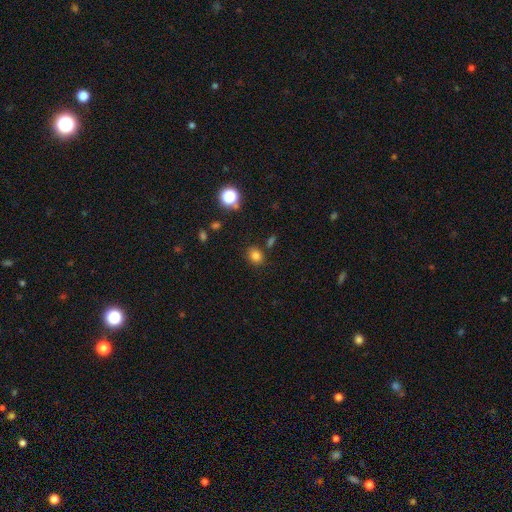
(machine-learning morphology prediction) Smooth or featured?
  - smooth: 80% *
  - star or artifact: 15%
  - featured or disk: 5%
How rounded?
  - round: 56% *
  - in between: 43%
  - cigar-shaped: 1%
Merging?
  - none: 79% *
  - minor disturbance: 12%
  - merger: 6%
  - major disturbance: 4%